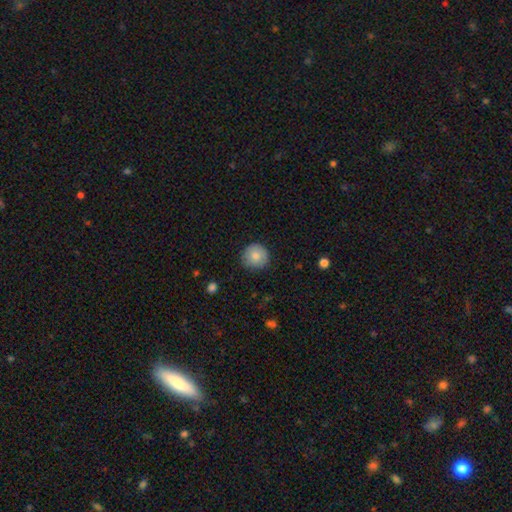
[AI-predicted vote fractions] Smooth or featured: smooth — 81% (featured or disk — 11%)
How rounded: round — 93% (in between — 6%)
Merging: none — 83% (minor disturbance — 13%)